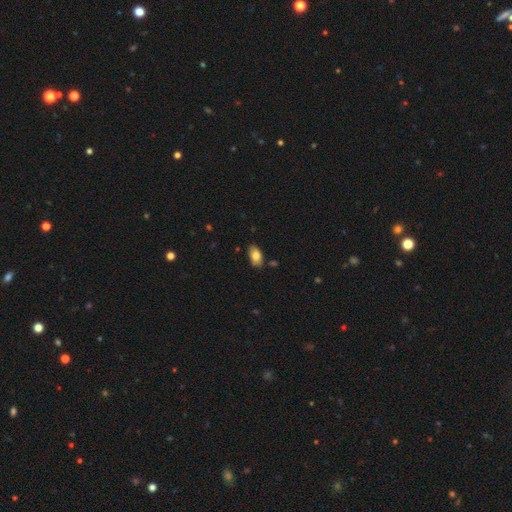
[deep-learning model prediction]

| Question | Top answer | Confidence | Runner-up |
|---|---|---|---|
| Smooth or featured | smooth | 82% | featured or disk (10%) |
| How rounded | in between | 93% | round (5%) |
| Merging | none | 81% | minor disturbance (14%) |